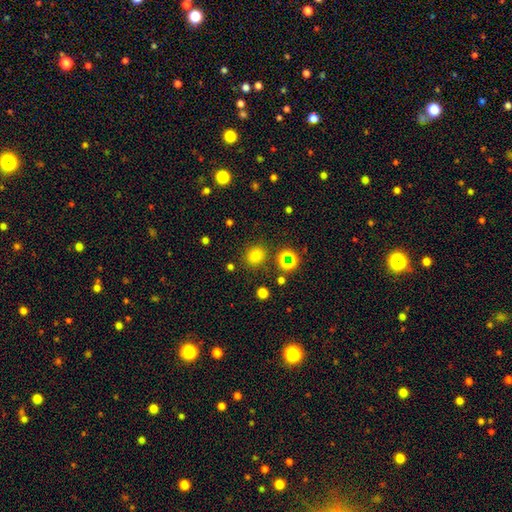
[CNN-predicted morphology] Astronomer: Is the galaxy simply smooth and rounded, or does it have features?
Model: smooth — 75%.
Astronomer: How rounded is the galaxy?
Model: round — 79%.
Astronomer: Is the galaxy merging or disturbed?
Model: none — 83%.